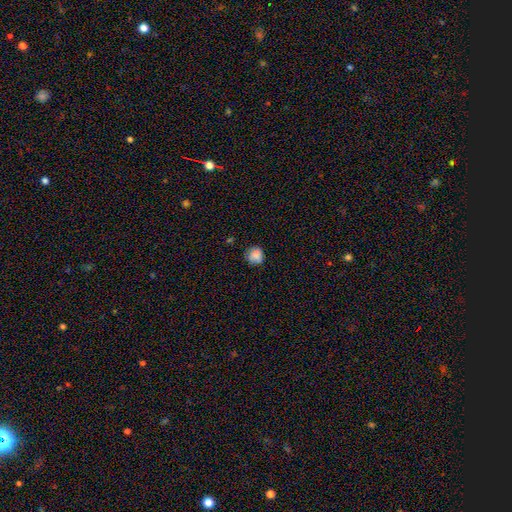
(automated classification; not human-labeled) smooth-or-featured: smooth: 84% | star or artifact: 10% | featured or disk: 6%
  how-rounded: round: 85% | in between: 14% | cigar-shaped: 1%
  merging: none: 75% | minor disturbance: 19% | major disturbance: 4% | merger: 2%